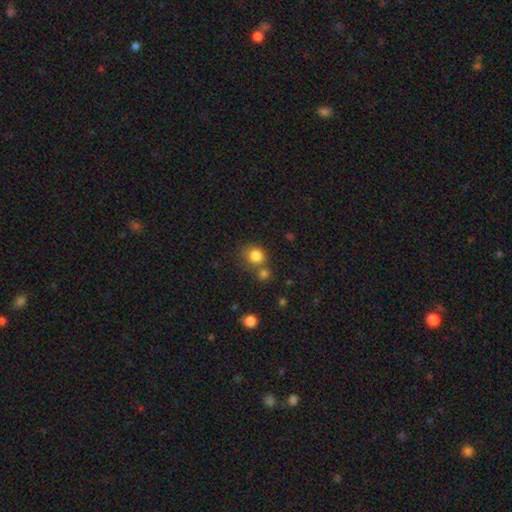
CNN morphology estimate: Smooth or featured?
  - smooth: 82% *
  - star or artifact: 11%
  - featured or disk: 6%
How rounded?
  - round: 81% *
  - in between: 18%
  - cigar-shaped: 1%
Merging?
  - none: 60% *
  - merger: 23%
  - minor disturbance: 12%
  - major disturbance: 5%